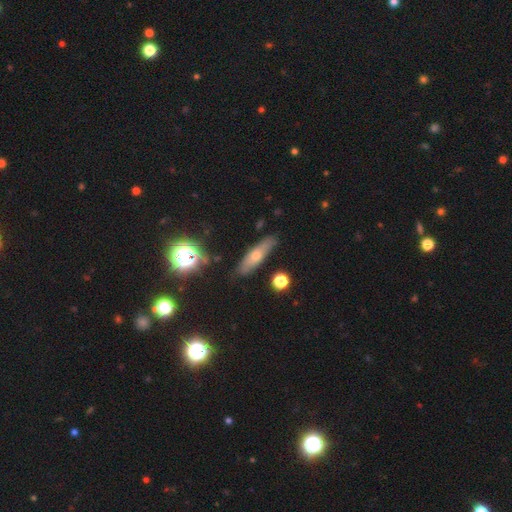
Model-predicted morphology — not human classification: This is possibly a smooth galaxy (53%). How rounded: likely cigar-shaped (64%). Merging: clearly none (82%).